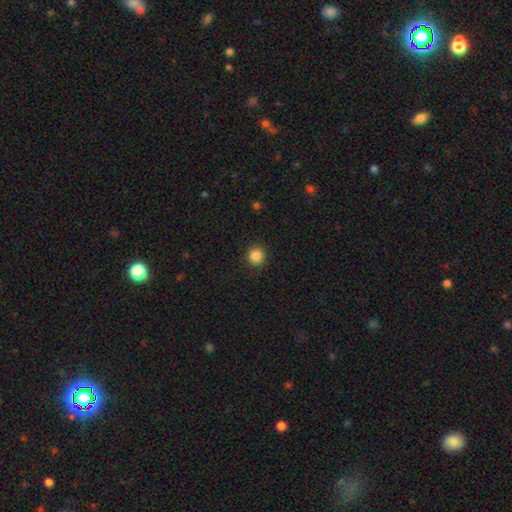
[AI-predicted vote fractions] Smooth or featured: smooth — 86% (star or artifact — 10%)
How rounded: round — 92% (in between — 7%)
Merging: none — 92% (minor disturbance — 5%)